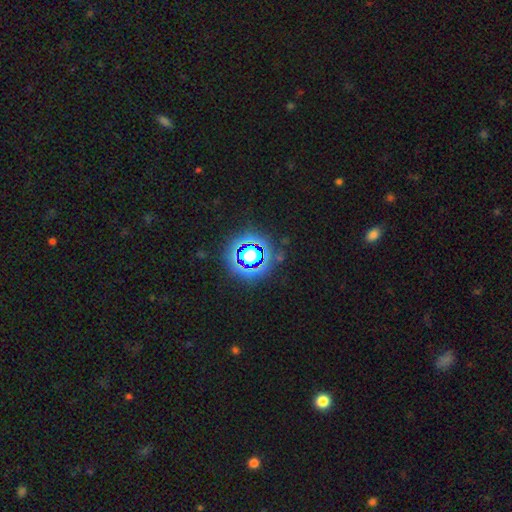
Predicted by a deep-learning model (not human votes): star or artifact 79%, smooth 13%, featured or disk 7%.